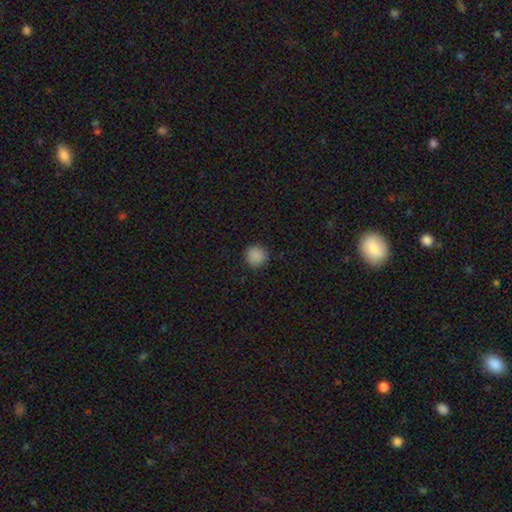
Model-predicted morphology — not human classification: smooth-or-featured: smooth: 87% | star or artifact: 10% | featured or disk: 3%
  how-rounded: round: 94% | in between: 5% | cigar-shaped: 1%
  merging: none: 91% | minor disturbance: 6% | major disturbance: 2% | merger: 1%